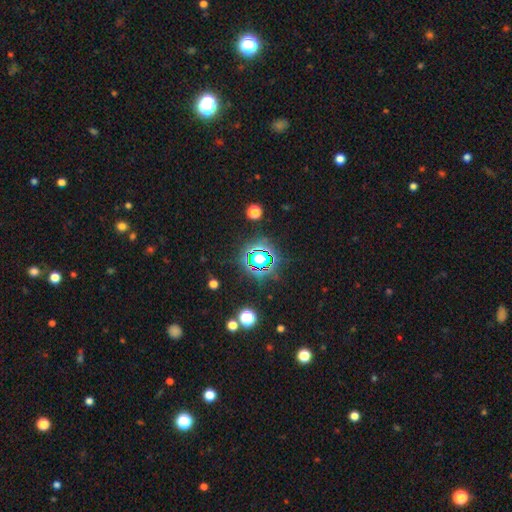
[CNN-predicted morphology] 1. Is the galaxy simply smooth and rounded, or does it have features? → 65% star or artifact, 24% smooth, 11% featured or disk.